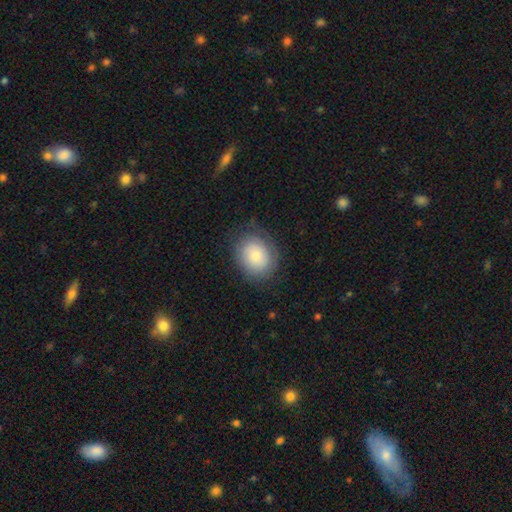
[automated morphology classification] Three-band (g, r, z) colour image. It shows a smooth galaxy with no disk features (76%) that is round (55%). Merging: none (76%).